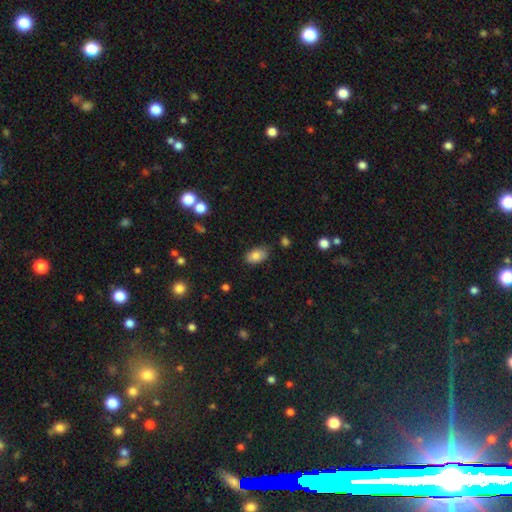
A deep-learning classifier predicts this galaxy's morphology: smooth-or-featured: smooth: 83% | star or artifact: 8% | featured or disk: 8%
  how-rounded: in between: 91% | round: 7% | cigar-shaped: 2%
  merging: none: 80% | minor disturbance: 15% | major disturbance: 3% | merger: 2%